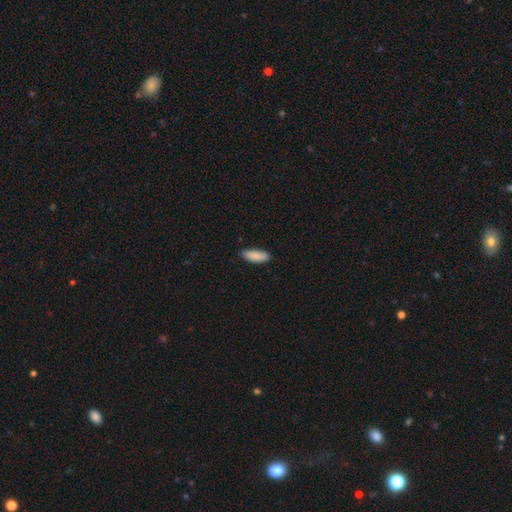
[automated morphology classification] A smooth galaxy with no disk features (89%) that is in between round and cigar-shaped (68%). Merging: none (84%).